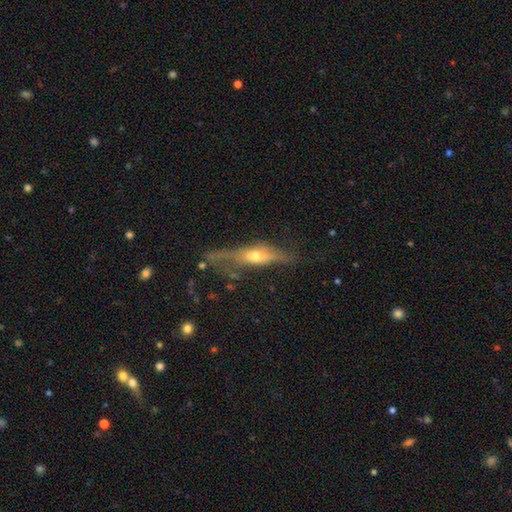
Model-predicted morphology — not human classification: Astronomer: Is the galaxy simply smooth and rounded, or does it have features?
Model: featured or disk — 57% (runner-up: smooth, 34%).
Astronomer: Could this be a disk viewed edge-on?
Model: yes — 70%.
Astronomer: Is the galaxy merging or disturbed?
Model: none — 41% (runner-up: major disturbance, 29%).